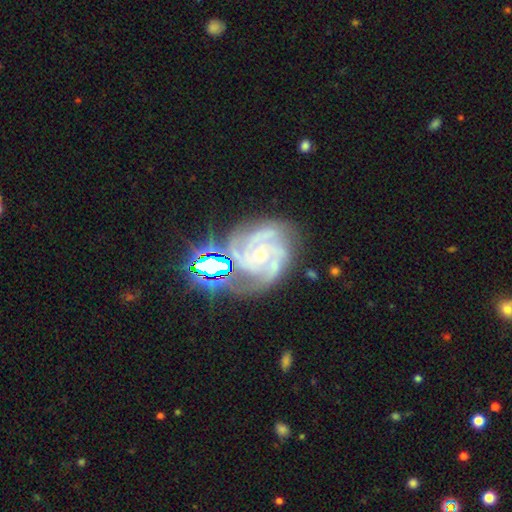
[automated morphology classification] Smooth or featured: featured or disk — 85% (star or artifact — 10%)
Edge-on disk: no — 98% (yes — 2%)
Bar: no — 68% (weak — 23%)
Spiral arms: yes — 98% (no — 2%)
Spiral winding: tight — 58% (medium — 37%)
Spiral arm count: 3 — 45% (4 — 18%)
Bulge size: small — 74% (moderate — 22%)
Merging: none — 59% (minor disturbance — 19%)